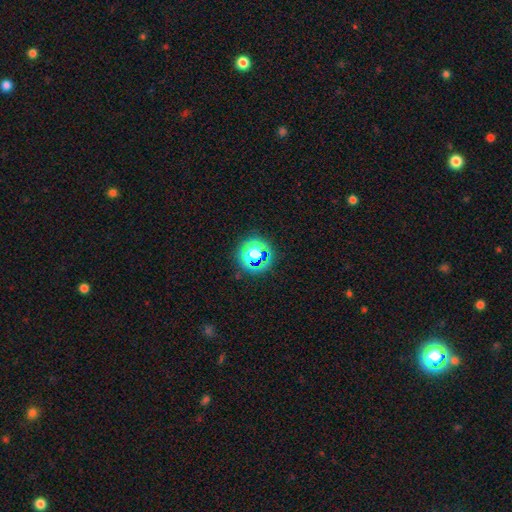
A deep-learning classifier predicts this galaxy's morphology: star or artifact 54%, smooth 35%, featured or disk 11%.